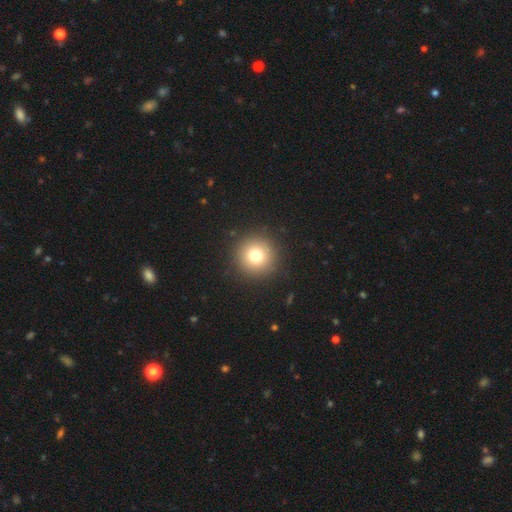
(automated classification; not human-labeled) Smooth or featured: smooth — 77% (star or artifact — 13%)
How rounded: round — 95% (in between — 4%)
Merging: none — 91% (minor disturbance — 5%)